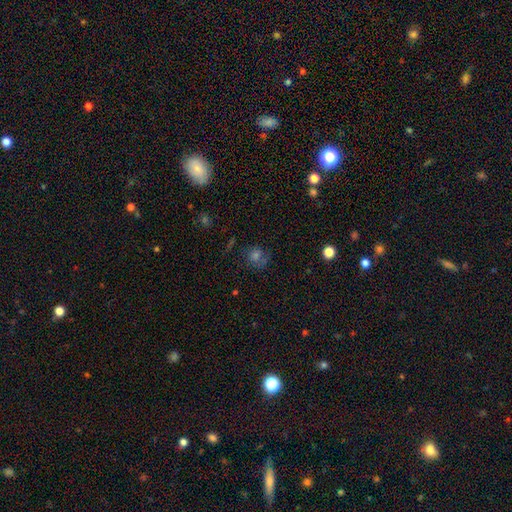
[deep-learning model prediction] A smooth galaxy with no disk features (45%). Merging: none (62%).